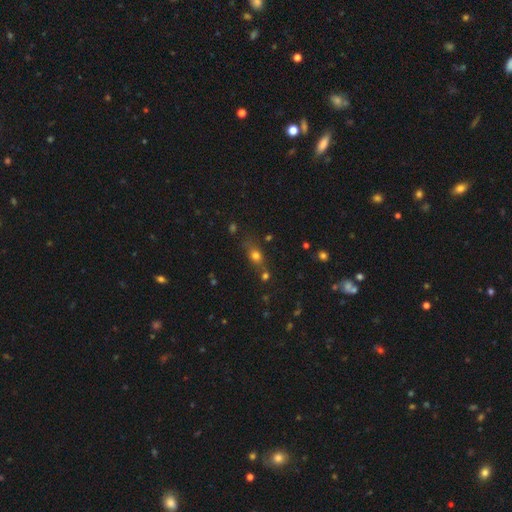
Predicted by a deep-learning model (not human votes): The model was most divided on "how rounded": in between: 53%, round: 38%, cigar-shaped: 10%. More confident: smooth or featured — smooth (71%); merging — none (60%).